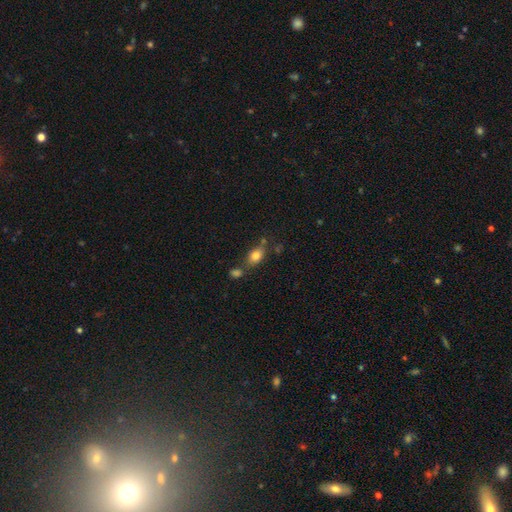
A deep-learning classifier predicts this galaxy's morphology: The model was most divided on "merging": none: 57%, merger: 21%, minor disturbance: 16%, major disturbance: 5%. More confident: how rounded — in between (79%); smooth or featured — smooth (79%).